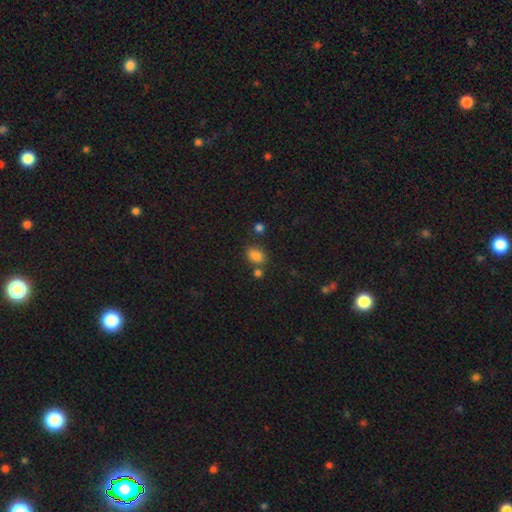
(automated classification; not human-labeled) Q: Smooth or featured?
A: smooth (83%); runner-up: star or artifact (12%)
Q: How rounded?
A: in between (70%); runner-up: round (29%)
Q: Merging?
A: none (67%); runner-up: minor disturbance (14%)